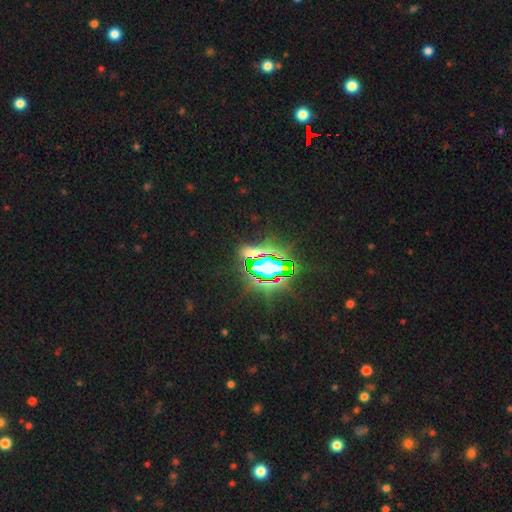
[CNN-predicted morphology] star or artifact 72%, smooth 18%, featured or disk 11%.